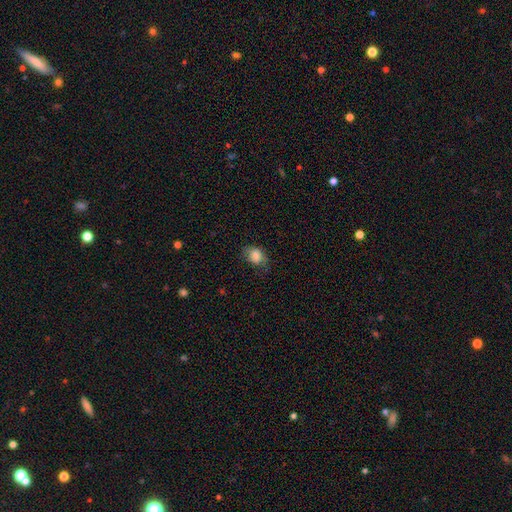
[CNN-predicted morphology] Smooth or featured? smooth (81%)
How rounded? in between (64%)
Merging? none (52%)